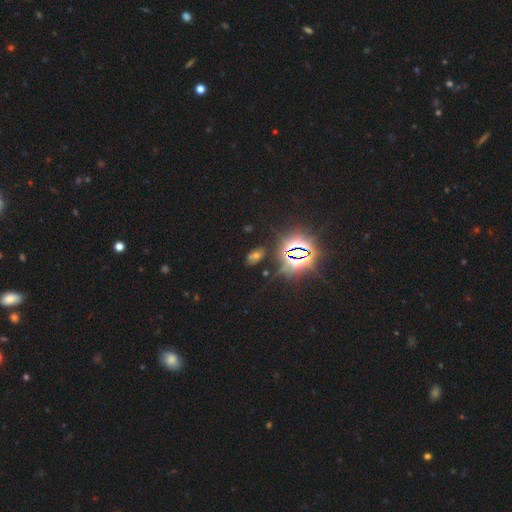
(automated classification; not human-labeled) Overall: star or artifact (54%; smooth 33%).